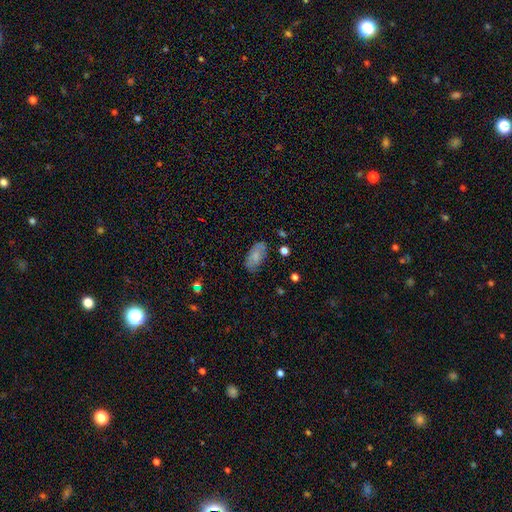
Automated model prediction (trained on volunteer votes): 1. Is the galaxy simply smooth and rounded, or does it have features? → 74% smooth, 19% featured or disk, 8% star or artifact.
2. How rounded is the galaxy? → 92% in between, 5% cigar-shaped, 3% round.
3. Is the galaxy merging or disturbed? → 75% none, 19% minor disturbance, 4% major disturbance, 2% merger.